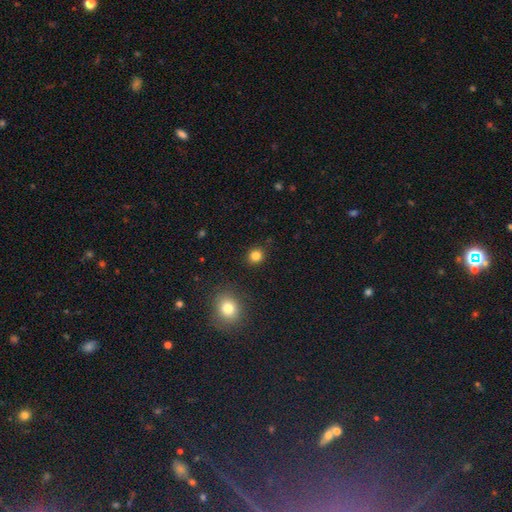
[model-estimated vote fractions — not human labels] smooth_or_featured: smooth (p=0.82) [alt: star or artifact p=0.13]
how_rounded: round (p=0.88) [alt: in between p=0.11]
merging: none (p=0.91) [alt: minor disturbance p=0.06]